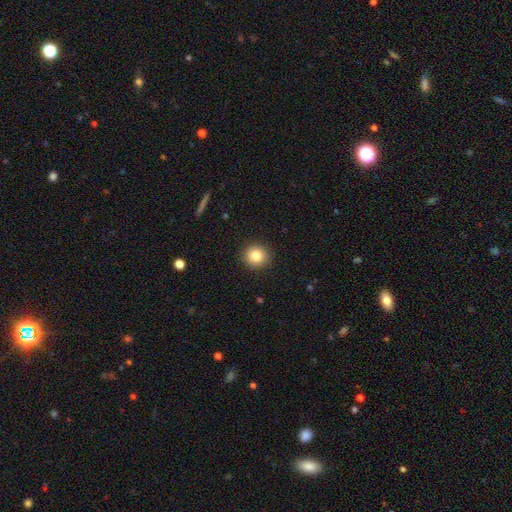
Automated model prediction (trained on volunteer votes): Smooth or featured? Predicted: smooth (p=0.84). How rounded? Predicted: round (p=0.92). Merging? Predicted: none (p=0.91).